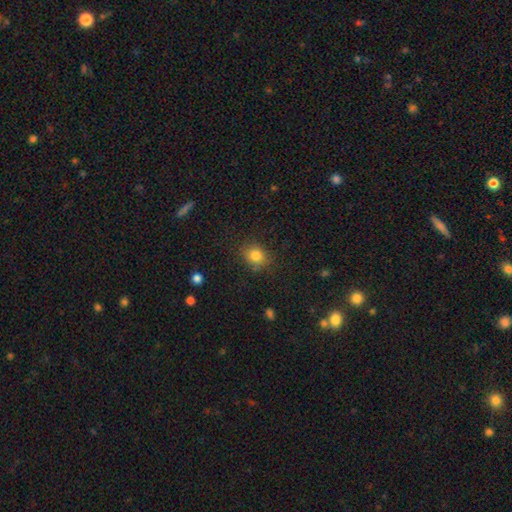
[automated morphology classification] type=smooth (81%); roundness=round (66%); merging=none (82%).